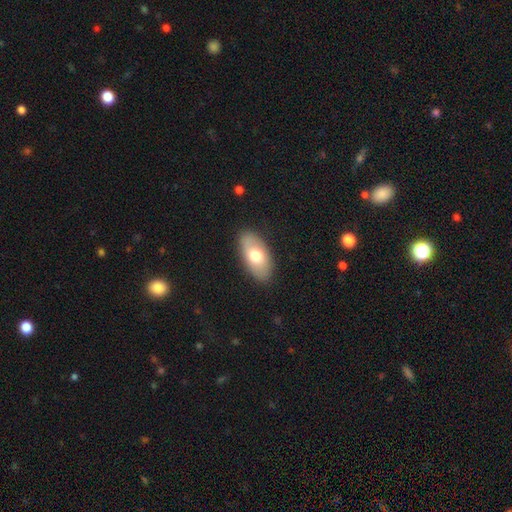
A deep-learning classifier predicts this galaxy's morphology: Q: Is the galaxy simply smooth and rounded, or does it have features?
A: smooth — 67%.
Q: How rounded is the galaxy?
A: in between — 92%.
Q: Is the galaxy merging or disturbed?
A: none — 86%.